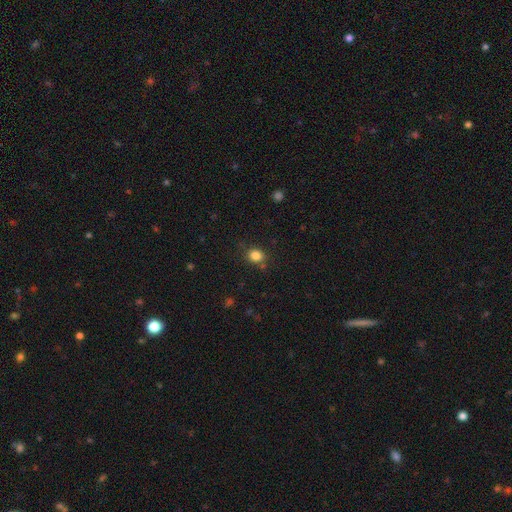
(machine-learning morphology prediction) Smooth or featured: smooth — 83% (star or artifact — 12%)
How rounded: round — 71% (in between — 28%)
Merging: none — 79% (minor disturbance — 12%)